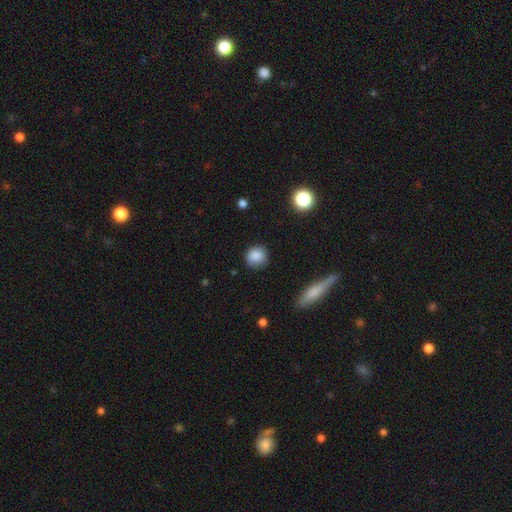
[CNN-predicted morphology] Smooth or featured? Predicted: smooth (p=0.85). How rounded? Predicted: round (p=0.85). Merging? Predicted: none (p=0.83).